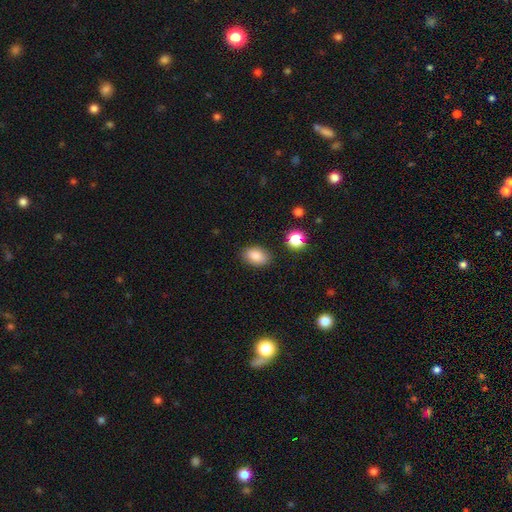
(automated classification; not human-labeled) This appears to be a smooth galaxy with no disk features (85%) that is in between round and cigar-shaped (85%). Merging: none (83%).